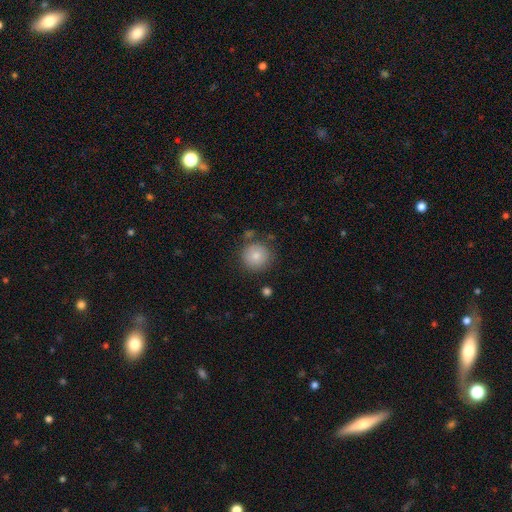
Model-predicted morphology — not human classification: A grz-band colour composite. It shows a smooth galaxy with no disk features (82%) that is round (95%). Merging: none (82%).